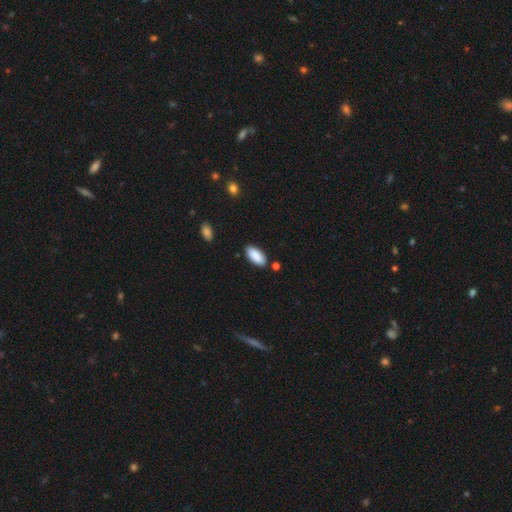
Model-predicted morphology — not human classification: A smooth galaxy with no disk features (90%) that is in between round and cigar-shaped (89%). Merging: none (83%).